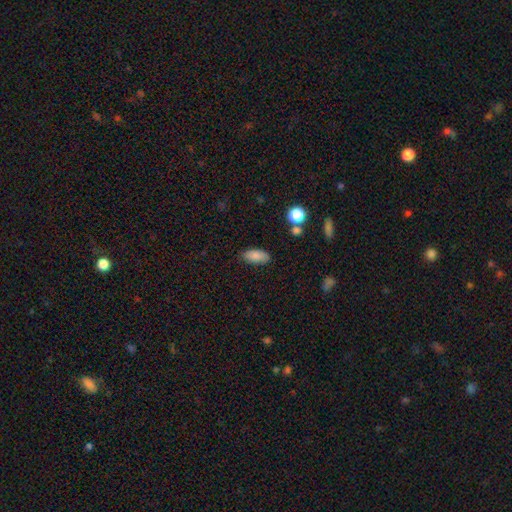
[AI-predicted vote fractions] Smooth or featured?
  - smooth: 85% *
  - star or artifact: 8%
  - featured or disk: 7%
How rounded?
  - in between: 89% *
  - cigar-shaped: 8%
  - round: 3%
Merging?
  - none: 83% *
  - minor disturbance: 12%
  - major disturbance: 3%
  - merger: 2%